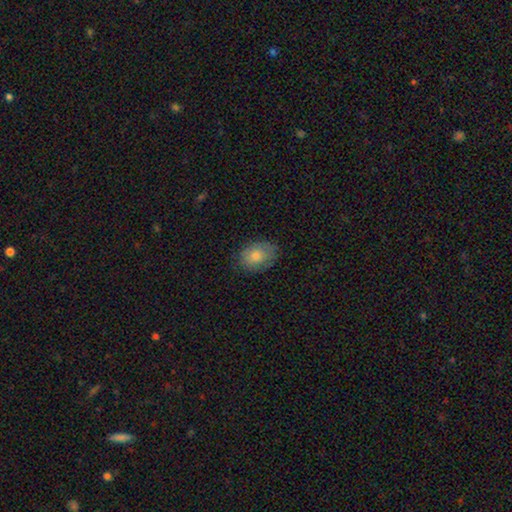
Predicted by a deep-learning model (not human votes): Q: Smooth or featured?
A: smooth (77%); runner-up: featured or disk (16%)
Q: How rounded?
A: in between (72%); runner-up: round (27%)
Q: Merging?
A: none (75%); runner-up: minor disturbance (19%)